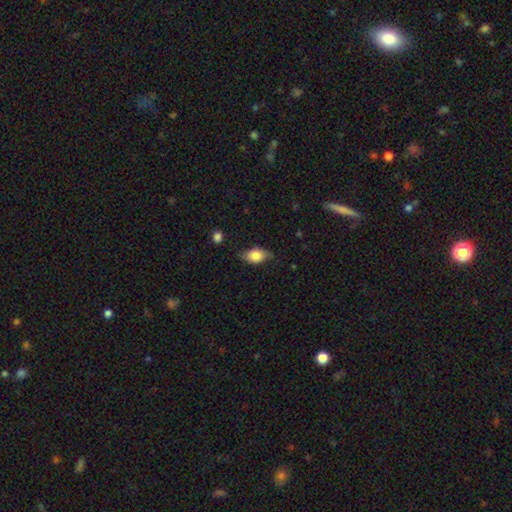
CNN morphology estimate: This is likely a smooth galaxy (76%). How rounded: clearly in between (84%). Merging: likely none (70%).